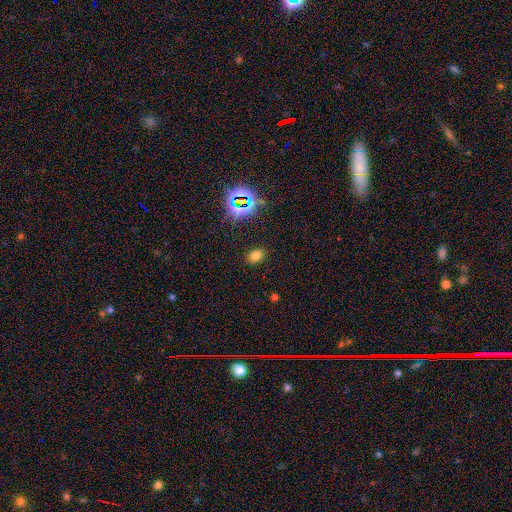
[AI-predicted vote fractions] smooth 67%, star or artifact 26%, featured or disk 7%. Down the decision tree: how rounded — in between (64%); merging — none (86%).